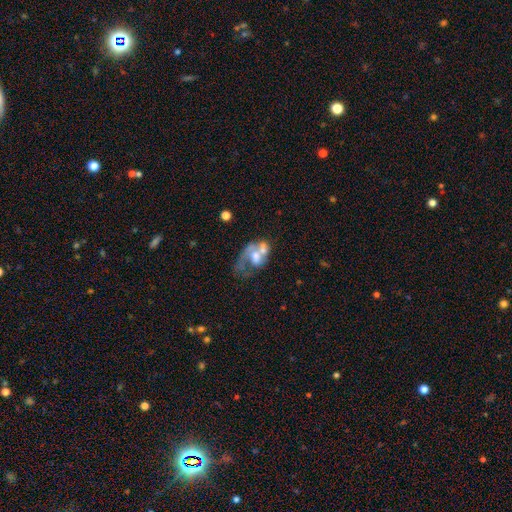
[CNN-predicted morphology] Smooth or featured?
  - featured or disk: 57% *
  - smooth: 34%
  - star or artifact: 9%
Edge-on disk?
  - no: 97% *
  - yes: 3%
Bar?
  - no: 77% *
  - weak: 18%
  - strong: 4%
Spiral arms?
  - no: 56% *
  - yes: 44%
Bulge size?
  - moderate: 45% *
  - large: 22%
  - small: 16%
  - none: 13%
  - dominant: 3%
Merging?
  - merger: 47% *
  - major disturbance: 29%
  - none: 14%
  - minor disturbance: 10%